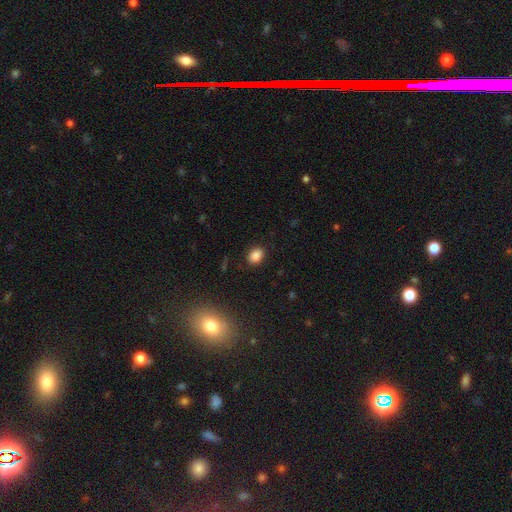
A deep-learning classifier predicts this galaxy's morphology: Smooth or featured?
  - smooth: 85% *
  - star or artifact: 10%
  - featured or disk: 5%
How rounded?
  - in between: 66% *
  - round: 33%
  - cigar-shaped: 1%
Merging?
  - none: 86% *
  - minor disturbance: 10%
  - major disturbance: 3%
  - merger: 1%